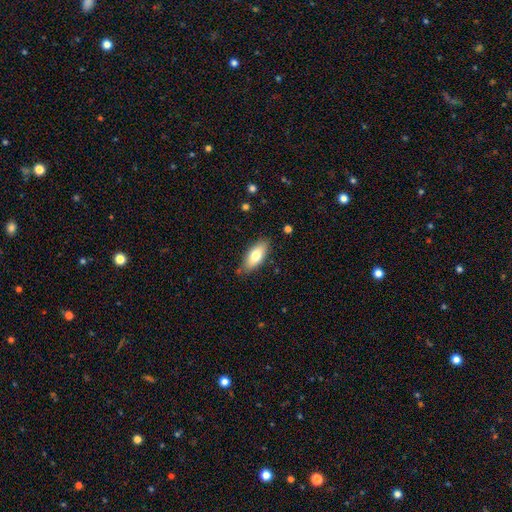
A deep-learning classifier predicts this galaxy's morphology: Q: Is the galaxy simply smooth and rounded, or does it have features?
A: smooth — 76%.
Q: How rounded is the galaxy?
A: in between — 81%.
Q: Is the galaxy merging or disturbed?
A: none — 82%.